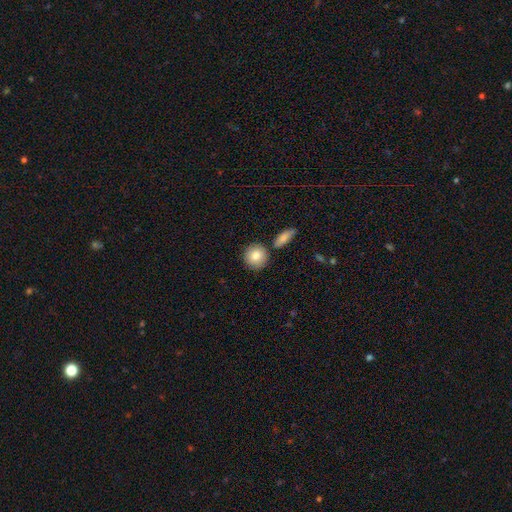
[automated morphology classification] smooth_or_featured: smooth (p=0.84) [alt: featured or disk p=0.09]
how_rounded: round (p=0.87) [alt: in between p=0.11]
merging: none (p=0.78) [alt: minor disturbance p=0.10]